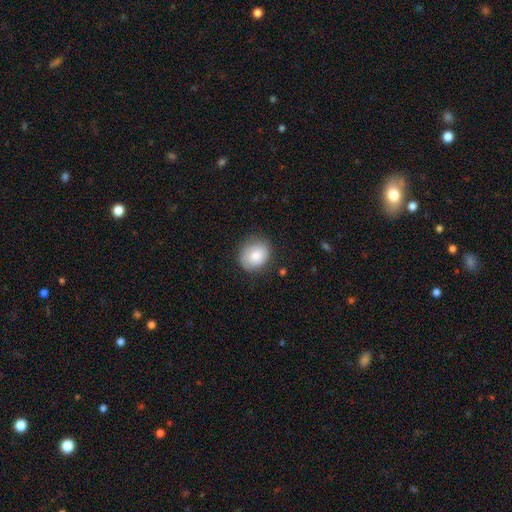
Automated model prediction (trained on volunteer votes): Smooth or featured? Predicted: smooth (p=0.75). How rounded? Predicted: round (p=0.63). Merging? Predicted: none (p=0.76).